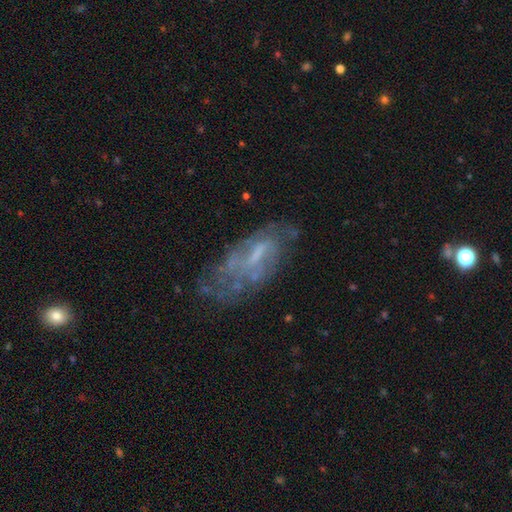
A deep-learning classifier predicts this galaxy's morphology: A featured or disk galaxy (66%) with a weak bar (44%), spiral arms (52%) and a small central bulge (35%, tied with none). Merging: none (52%).